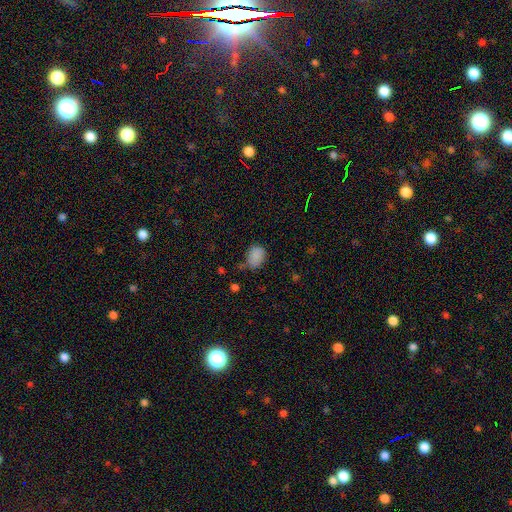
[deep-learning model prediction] Smooth or featured? Predicted: smooth (p=0.84). How rounded? Predicted: in between (p=0.65). Merging? Predicted: none (p=0.56).